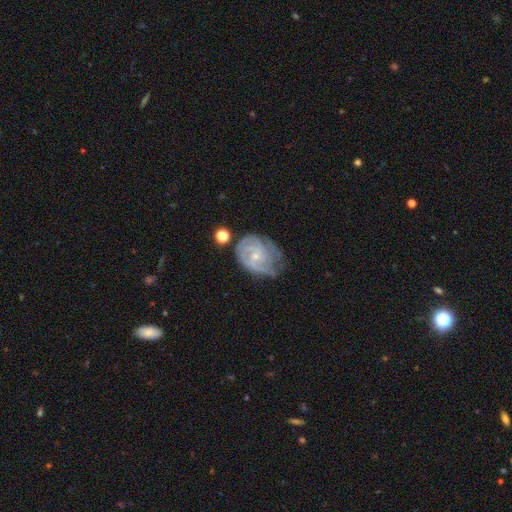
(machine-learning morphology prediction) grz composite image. It shows a featured or disk galaxy (79%) with no bar (64%), tight (58%) spiral arms (90%) and a small central bulge (76%). Merging: none (48%).